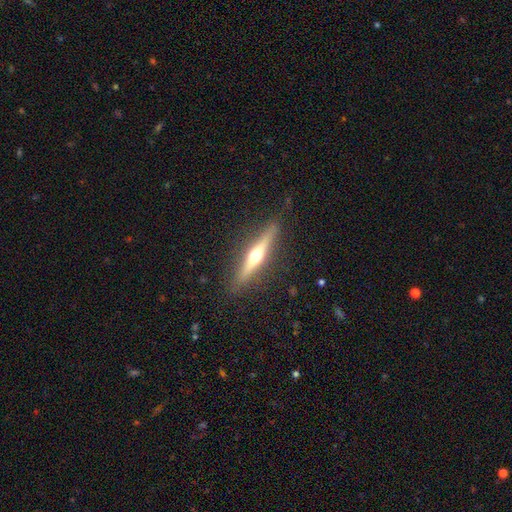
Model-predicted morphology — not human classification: Smooth or featured?
  - featured or disk: 67% *
  - smooth: 27%
  - star or artifact: 6%
Edge-on disk?
  - yes: 96% *
  - no: 4%
Edge-on bulge?
  - rounded: 94% *
  - none: 4%
  - boxy: 2%
Merging?
  - none: 89% *
  - minor disturbance: 7%
  - major disturbance: 2%
  - merger: 1%